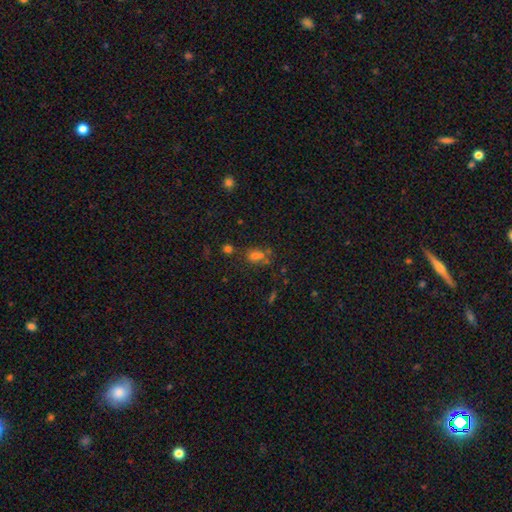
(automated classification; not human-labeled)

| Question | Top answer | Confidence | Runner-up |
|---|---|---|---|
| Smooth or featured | smooth | 54% | star or artifact (34%) |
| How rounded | round | 58% | in between (40%) |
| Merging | none | 53% | merger (28%) |